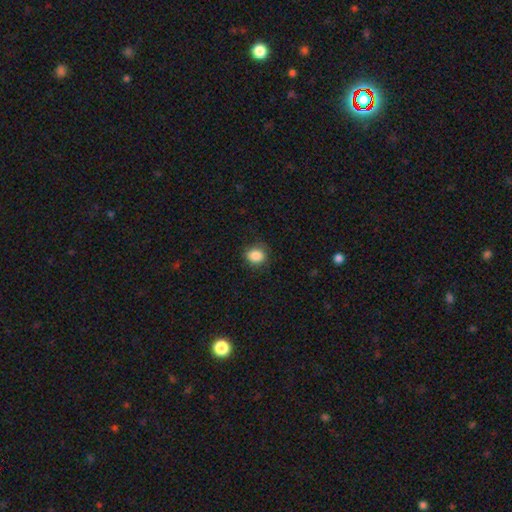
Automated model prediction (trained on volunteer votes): smooth 87%, star or artifact 9%, featured or disk 4%. Down the decision tree: how rounded — round (61%); merging — none (81%).